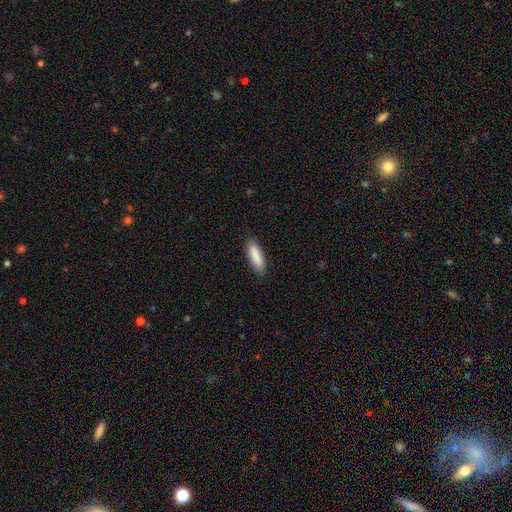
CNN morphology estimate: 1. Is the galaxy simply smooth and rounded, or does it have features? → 88% smooth, 6% star or artifact, 6% featured or disk.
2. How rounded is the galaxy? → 55% cigar-shaped, 44% in between, 1% round.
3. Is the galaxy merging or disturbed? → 87% none, 10% minor disturbance, 2% major disturbance, 1% merger.